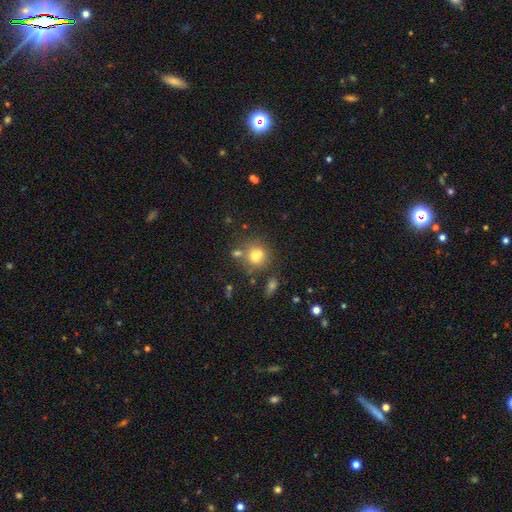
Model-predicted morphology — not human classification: smooth_or_featured: smooth (p=0.71) [alt: featured or disk p=0.16]
how_rounded: round (p=0.81) [alt: in between p=0.18]
merging: none (p=0.53) [alt: merger p=0.28]